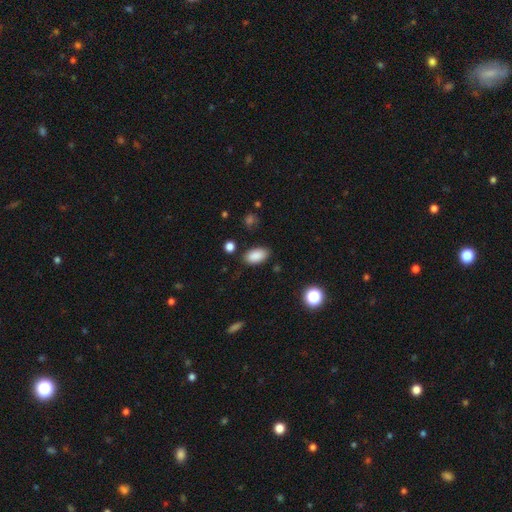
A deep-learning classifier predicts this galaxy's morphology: smooth-or-featured: smooth: 88% | star or artifact: 8% | featured or disk: 4%
  how-rounded: in between: 93% | round: 4% | cigar-shaped: 2%
  merging: none: 85% | minor disturbance: 11% | major disturbance: 3% | merger: 2%